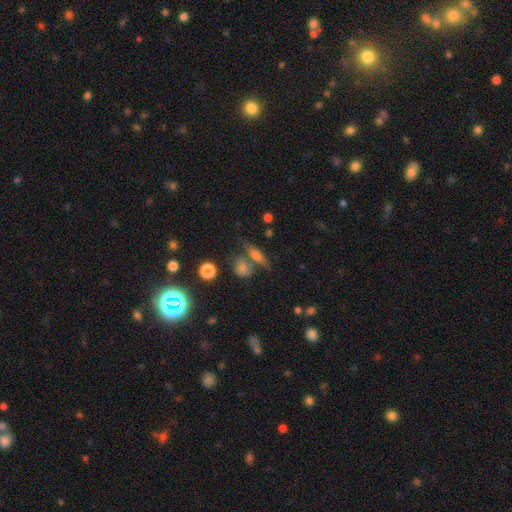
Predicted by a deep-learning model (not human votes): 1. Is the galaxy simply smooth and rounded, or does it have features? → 48% smooth, 32% featured or disk, 19% star or artifact.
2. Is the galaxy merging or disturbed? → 57% none, 25% merger, 12% minor disturbance, 6% major disturbance.